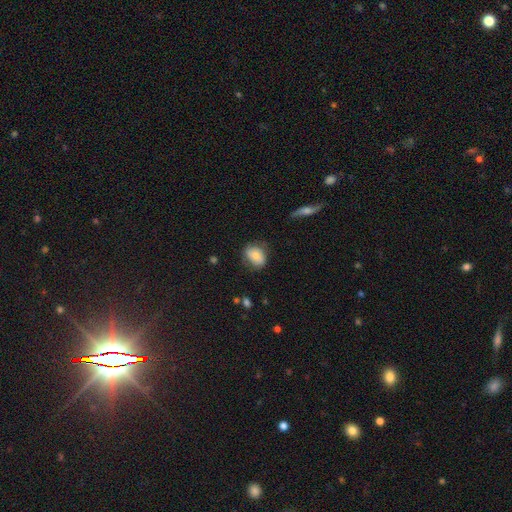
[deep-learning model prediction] The model was most divided on "how rounded": in between: 67%, round: 32%, cigar-shaped: 1%. More confident: smooth or featured — smooth (74%); merging — none (66%).